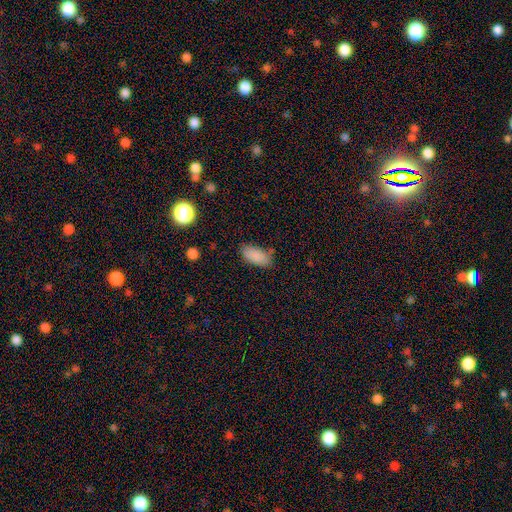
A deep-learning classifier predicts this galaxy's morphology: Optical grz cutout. It shows a smooth galaxy with no disk features (87%) that is in between round and cigar-shaped (91%). Merging: none (78%).